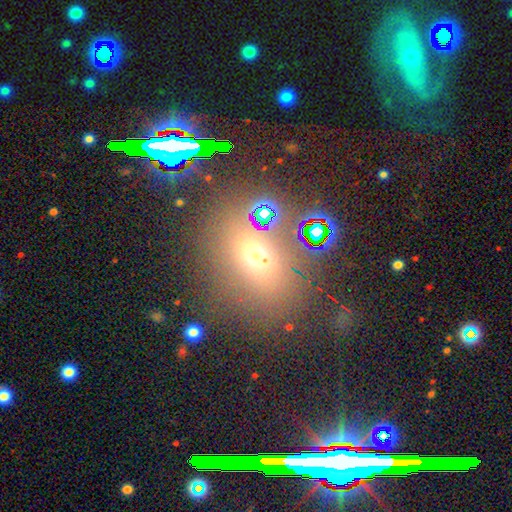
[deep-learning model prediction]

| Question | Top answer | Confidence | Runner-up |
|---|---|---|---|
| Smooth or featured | smooth | 54% | star or artifact (32%) |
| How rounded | in between | 50% | round (47%) |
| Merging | none | 69% | minor disturbance (12%) |